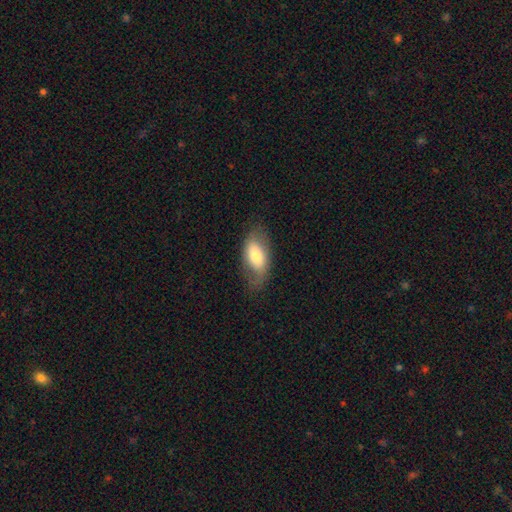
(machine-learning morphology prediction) Smooth or featured?
  - smooth: 62% *
  - featured or disk: 31%
  - star or artifact: 7%
How rounded?
  - in between: 91% *
  - cigar-shaped: 5%
  - round: 5%
Merging?
  - none: 68% *
  - minor disturbance: 22%
  - major disturbance: 9%
  - merger: 1%